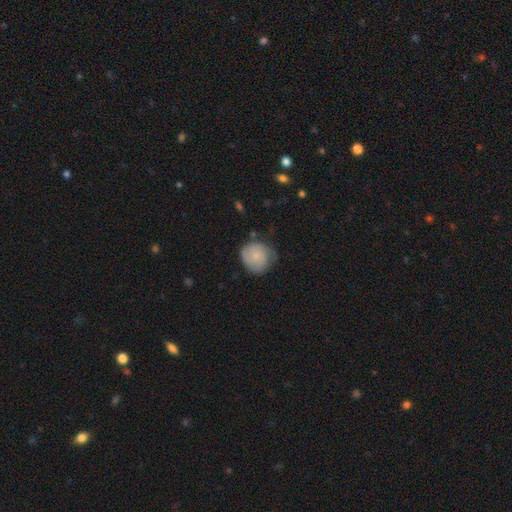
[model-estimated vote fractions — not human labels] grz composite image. It shows a smooth galaxy with no disk features (67%) that is round (82%). Merging: none (53%).